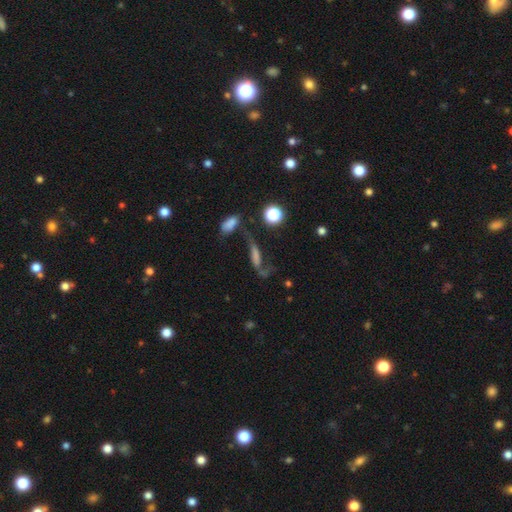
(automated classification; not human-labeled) featured or disk 47%, smooth 32%, star or artifact 20%. Down the decision tree: merging — none (47%).